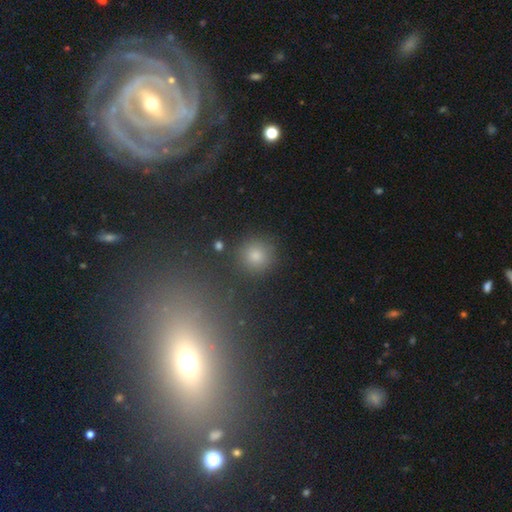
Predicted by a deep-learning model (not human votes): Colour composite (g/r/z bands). It shows a smooth galaxy with no disk features (77%) that is round (92%). Merging: none (84%).